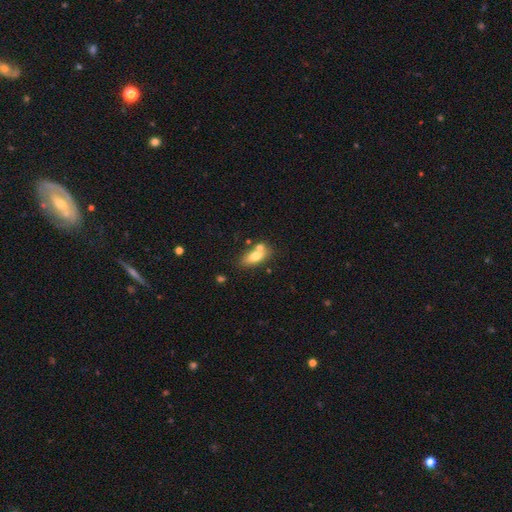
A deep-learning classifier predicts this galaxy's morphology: A smooth galaxy with no disk features (70%) that is in between round and cigar-shaped (81%). Merging: none (53%).